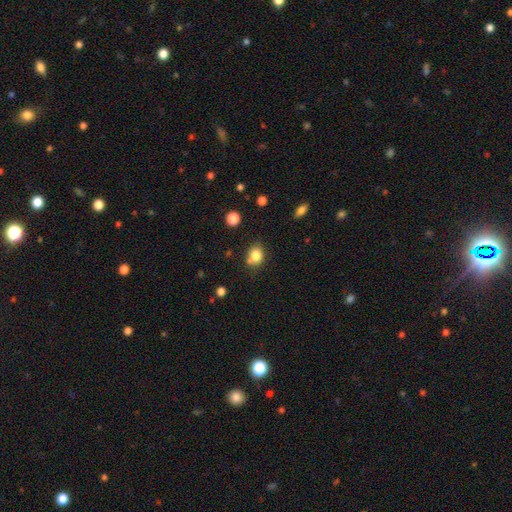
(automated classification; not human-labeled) This is clearly a smooth galaxy (81%). How rounded: possibly round (57%). Merging: likely none (66%).